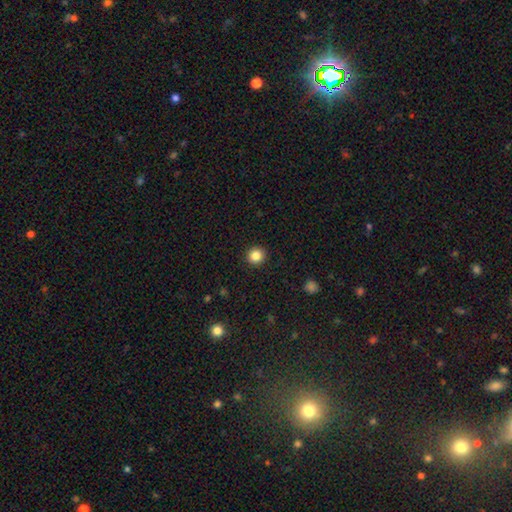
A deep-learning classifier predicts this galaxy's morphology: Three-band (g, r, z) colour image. It shows a smooth galaxy with no disk features (85%) that is round (91%). Merging: none (93%).